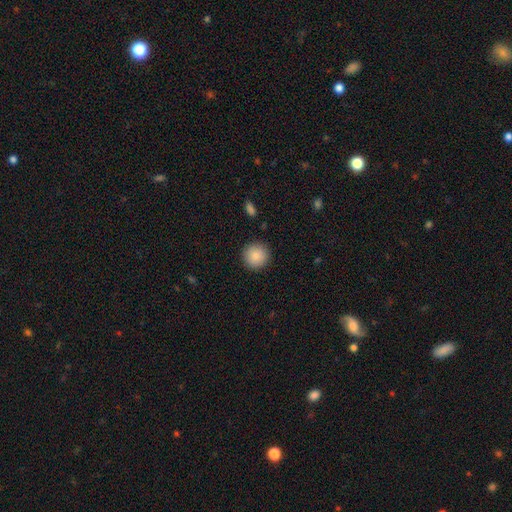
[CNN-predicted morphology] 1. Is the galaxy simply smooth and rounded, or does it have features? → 88% smooth, 8% star or artifact, 4% featured or disk.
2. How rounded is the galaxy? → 95% round, 4% in between, 1% cigar-shaped.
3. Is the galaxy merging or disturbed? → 91% none, 6% minor disturbance, 2% major disturbance, 1% merger.